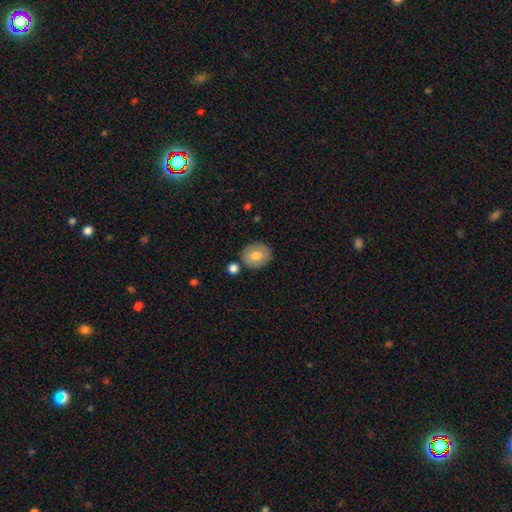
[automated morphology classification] Smooth or featured: smooth — 74% (featured or disk — 18%)
How rounded: round — 70% (in between — 29%)
Merging: none — 77% (minor disturbance — 13%)